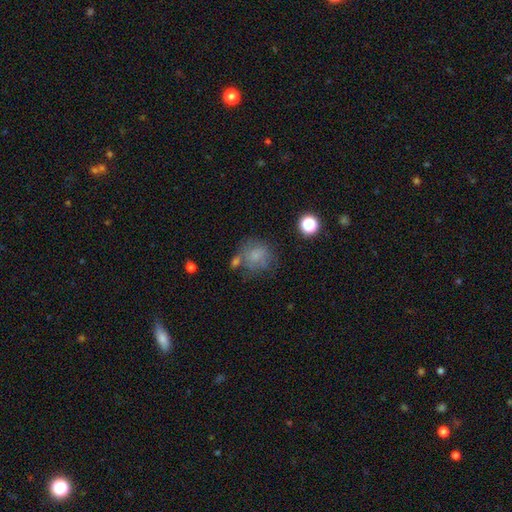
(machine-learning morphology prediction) Smooth or featured: smooth — 67% (featured or disk — 20%)
How rounded: round — 80% (in between — 19%)
Merging: none — 51% (minor disturbance — 21%)